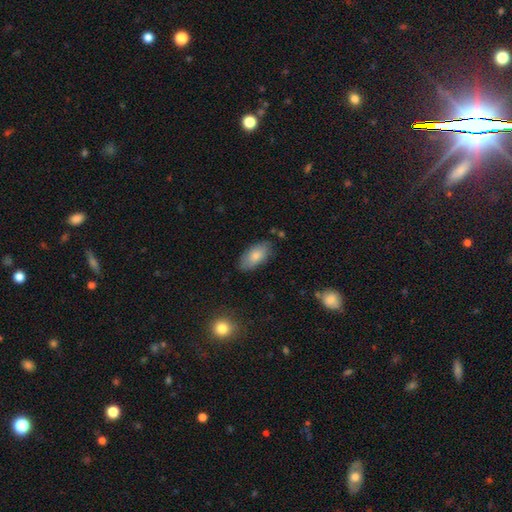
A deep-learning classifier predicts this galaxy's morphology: type=smooth (81%); roundness=in between (93%); merging=none (79%).